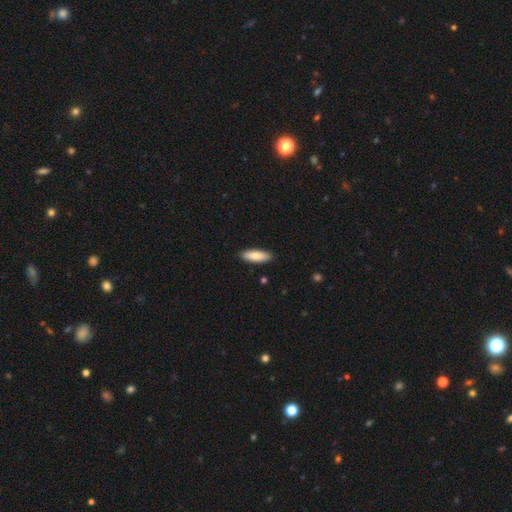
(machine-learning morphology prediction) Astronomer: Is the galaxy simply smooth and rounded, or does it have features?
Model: smooth — 84%.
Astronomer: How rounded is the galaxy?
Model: in between — 59% (runner-up: cigar-shaped, 40%).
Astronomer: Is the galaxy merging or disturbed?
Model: none — 90%.